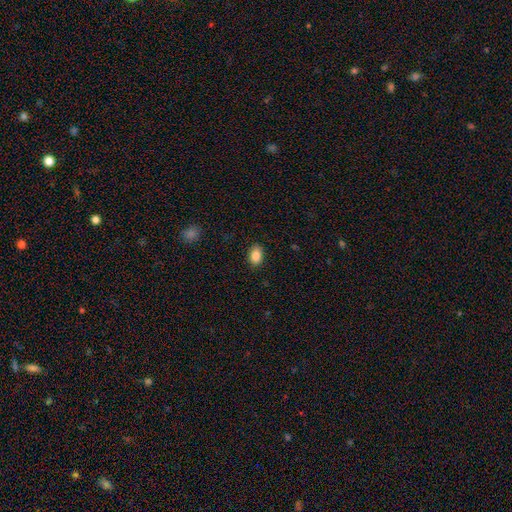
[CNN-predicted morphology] A smooth galaxy with no disk features (87%) that is in between round and cigar-shaped (86%).

Vote fractions:
- Smooth or featured? smooth: 87% / star or artifact: 8% / featured or disk: 6%
- How rounded? in between: 86% / round: 13% / cigar-shaped: 1%
- Merging? none: 87% / minor disturbance: 9% / major disturbance: 2% / merger: 1%